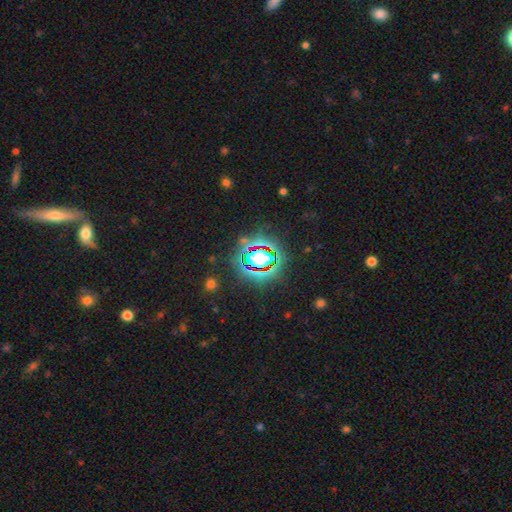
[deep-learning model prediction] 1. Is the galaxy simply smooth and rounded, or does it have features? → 80% star or artifact, 12% smooth, 8% featured or disk.